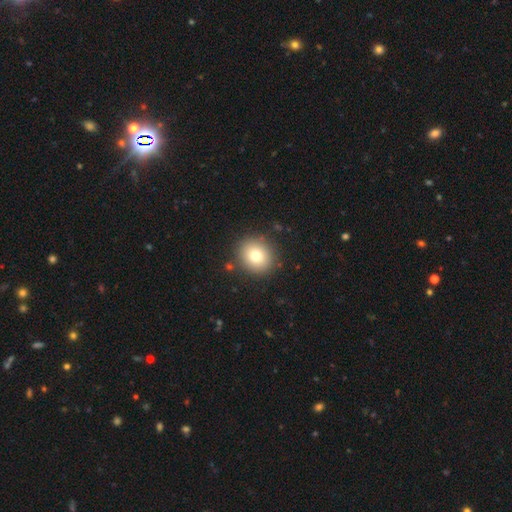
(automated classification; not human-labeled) Overall: smooth (78%). How rounded: round (83%). Merging: none (88%).